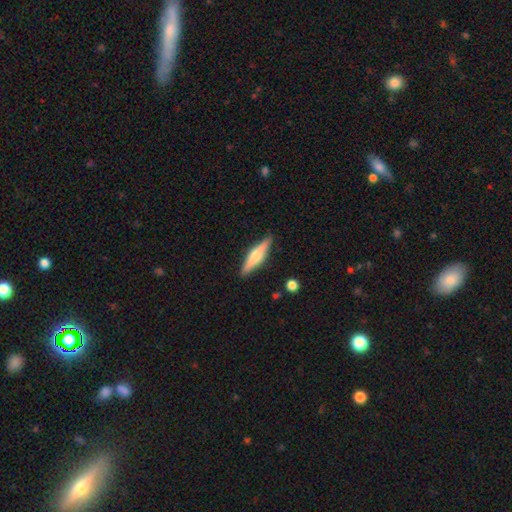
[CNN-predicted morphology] Smooth or featured? featured or disk (53%)
Edge-on disk? yes (96%)
Edge-on bulge? rounded (77%)
Merging? none (88%)